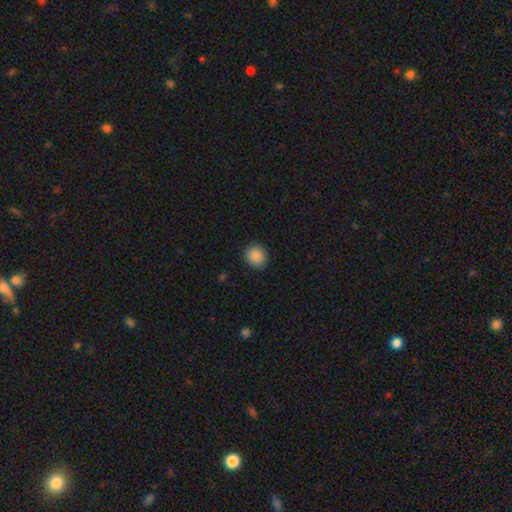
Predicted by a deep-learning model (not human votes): smooth_or_featured: smooth (p=0.88) [alt: star or artifact p=0.09]
how_rounded: round (p=0.81) [alt: in between p=0.18]
merging: none (p=0.89) [alt: minor disturbance p=0.08]